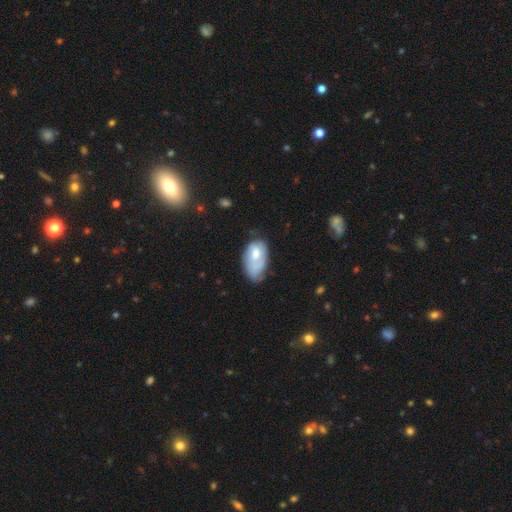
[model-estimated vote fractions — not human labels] The model was most divided on "merging" (2-way tie): minor disturbance: 38%, none: 38%, major disturbance: 19%, merger: 5%. More confident: how rounded — in between (92%); smooth or featured — smooth (58%).